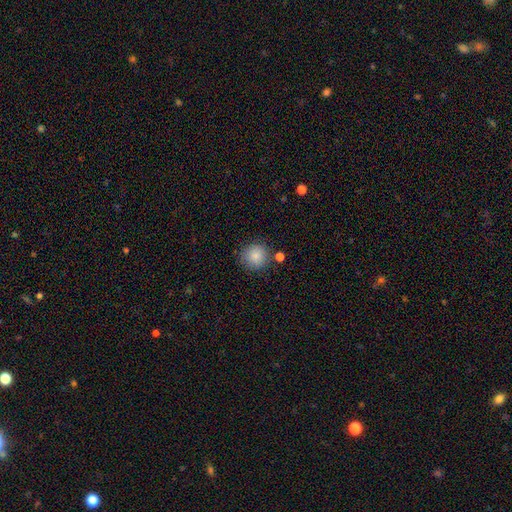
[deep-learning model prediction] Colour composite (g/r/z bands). It shows a smooth galaxy with no disk features (86%) that is round (92%). Merging: none (82%).